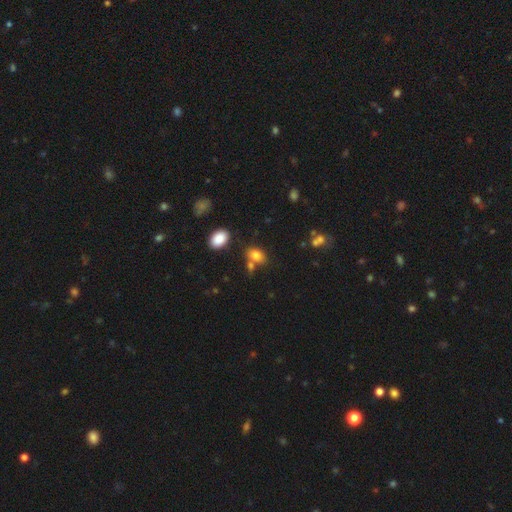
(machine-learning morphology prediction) A smooth galaxy with no disk features (80%) that is in between round and cigar-shaped (77%).

Vote fractions:
- Smooth or featured? smooth: 80% / star or artifact: 11% / featured or disk: 9%
- How rounded? in between: 77% / round: 21% / cigar-shaped: 2%
- Merging? none: 59% / merger: 23% / minor disturbance: 14% / major disturbance: 4%